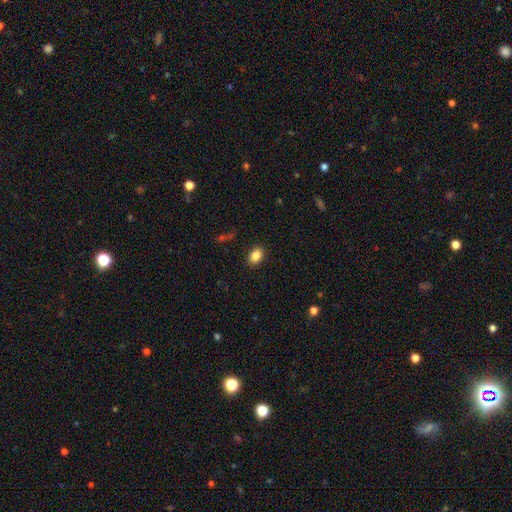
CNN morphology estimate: This appears to be a smooth galaxy with no disk features (86%) that is in between round and cigar-shaped (79%). Merging: none (88%).